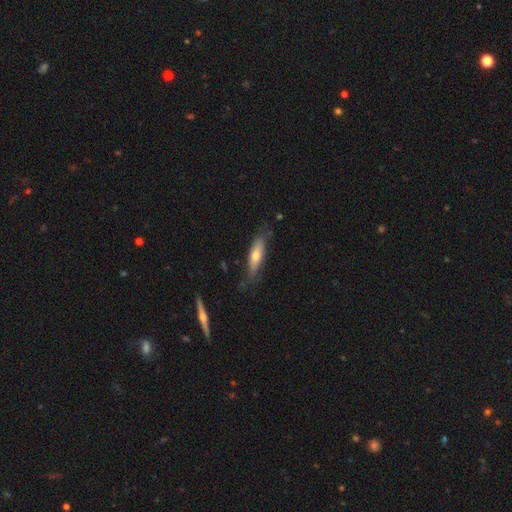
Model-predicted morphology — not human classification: Smooth or featured? smooth (55%)
How rounded? cigar-shaped (63%)
Merging? none (69%)